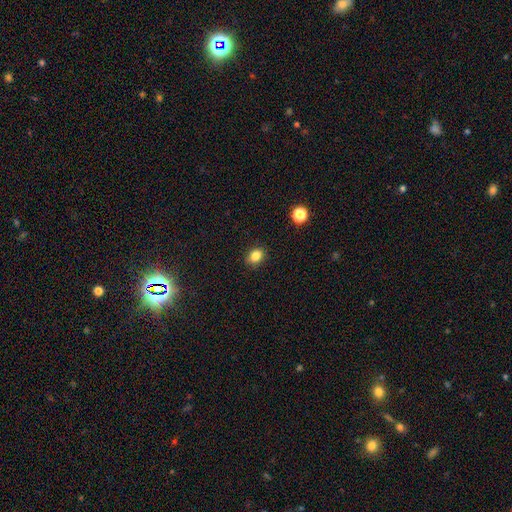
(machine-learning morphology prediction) This appears to be a smooth galaxy with no disk features (84%) that is in between round and cigar-shaped (52%). Merging: none (88%).